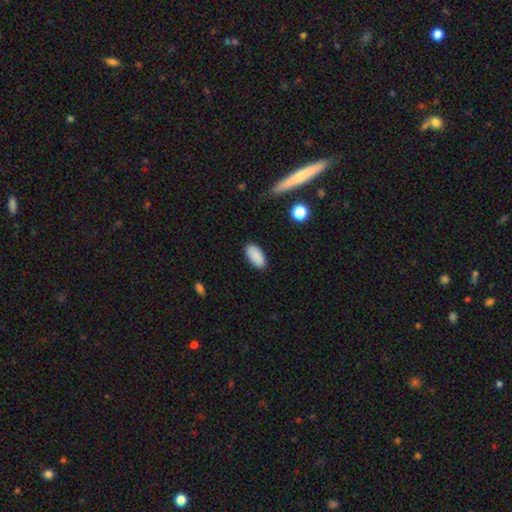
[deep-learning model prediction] smooth_or_featured: smooth (p=0.88) [alt: star or artifact p=0.07]
how_rounded: in between (p=0.94) [alt: cigar-shaped p=0.03]
merging: none (p=0.86) [alt: minor disturbance p=0.10]